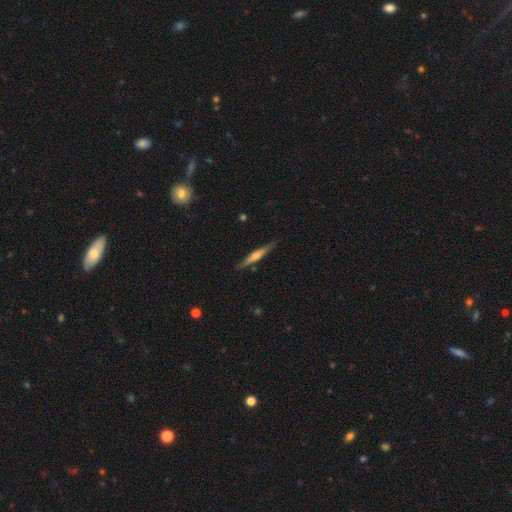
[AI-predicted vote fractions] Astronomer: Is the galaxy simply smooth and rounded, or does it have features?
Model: featured or disk — 63%.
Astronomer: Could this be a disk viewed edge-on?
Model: yes — 97%.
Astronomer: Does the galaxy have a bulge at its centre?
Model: rounded — 75%.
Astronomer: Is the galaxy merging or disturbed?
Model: none — 87%.